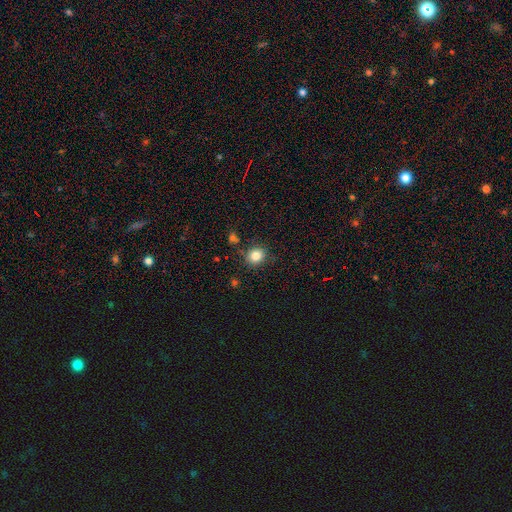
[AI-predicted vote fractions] This is clearly a smooth galaxy (83%). How rounded: clearly round (82%). Merging: clearly none (84%).